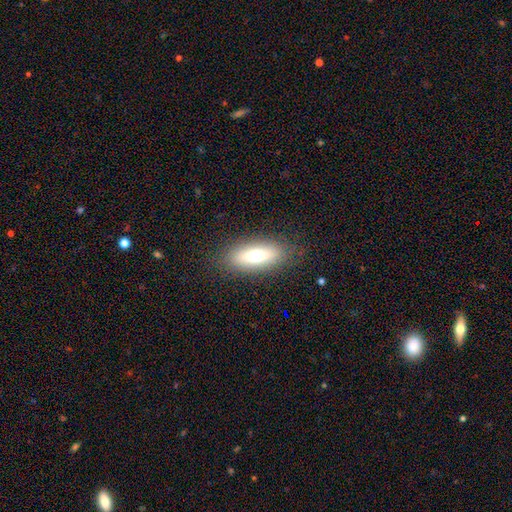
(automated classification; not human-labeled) Morphology: type=smooth (68%); roundness=in between (71%); merging=none (85%).